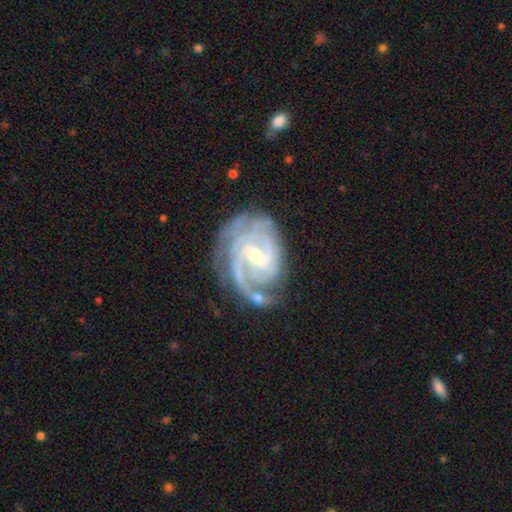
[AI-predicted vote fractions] Smooth or featured?
  - featured or disk: 92% *
  - star or artifact: 4%
  - smooth: 4%
Edge-on disk?
  - no: 98% *
  - yes: 2%
Bar?
  - weak: 52% *
  - no: 30%
  - strong: 18%
Spiral arms?
  - yes: 98% *
  - no: 2%
Spiral winding?
  - tight: 60% *
  - medium: 35%
  - loose: 6%
Spiral arm count?
  - 2: 35% *
  - 3: 31%
  - can't tell: 15%
  - 4: 9%
  - 1: 5%
  - more than 4: 5%
Bulge size?
  - small: 61% *
  - moderate: 35%
  - none: 1%
  - large: 1%
  - dominant: 1%
Merging?
  - none: 62% *
  - minor disturbance: 22%
  - major disturbance: 11%
  - merger: 5%